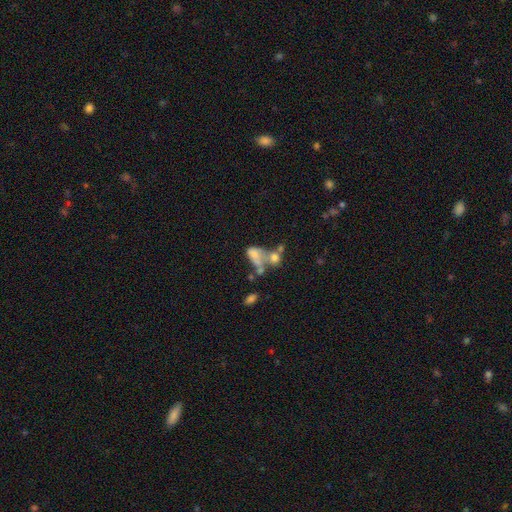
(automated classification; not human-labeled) Smooth or featured?
  - smooth: 54% *
  - featured or disk: 33%
  - star or artifact: 13%
How rounded?
  - in between: 78% *
  - round: 17%
  - cigar-shaped: 4%
Merging?
  - merger: 57% *
  - major disturbance: 17%
  - none: 16%
  - minor disturbance: 10%